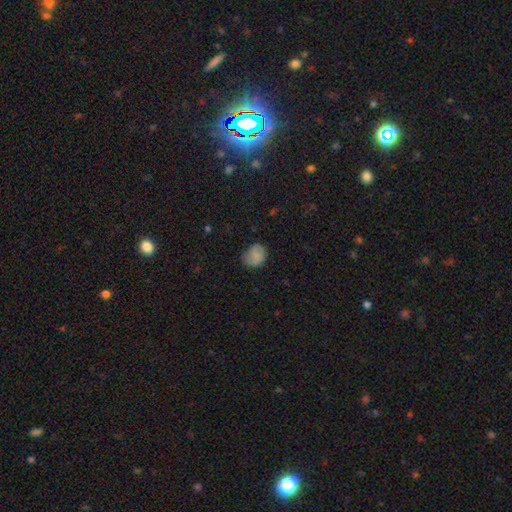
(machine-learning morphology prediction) The model was most divided on "how rounded": round: 56%, in between: 43%, cigar-shaped: 1%. More confident: smooth or featured — smooth (79%); merging — none (61%).